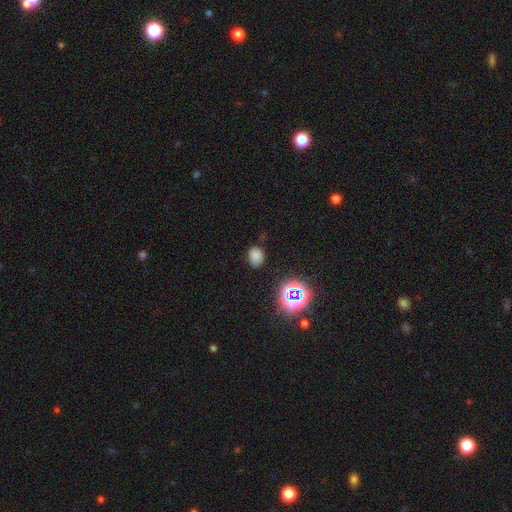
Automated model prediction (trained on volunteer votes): Smooth or featured: smooth — 73% (star or artifact — 21%)
How rounded: in between — 63% (round — 36%)
Merging: none — 77% (minor disturbance — 16%)